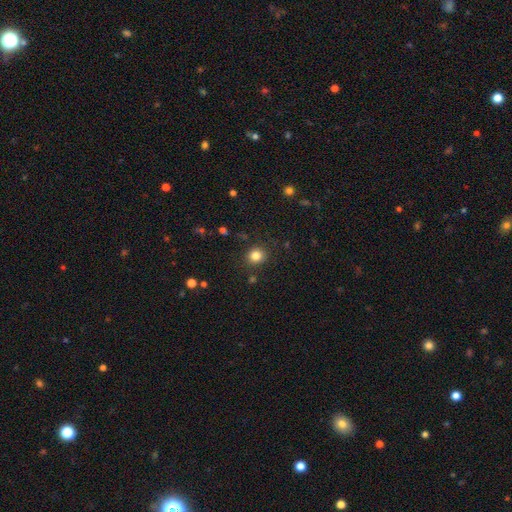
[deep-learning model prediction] The model was most divided on "how rounded": round: 83%, in between: 16%, cigar-shaped: 1%. More confident: merging — none (88%); smooth or featured — smooth (82%).